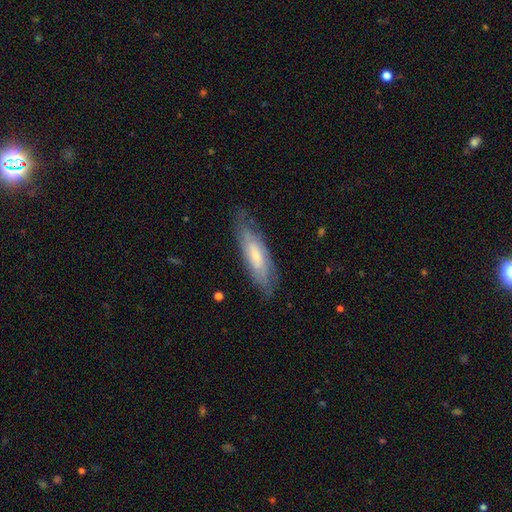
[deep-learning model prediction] A featured or disk galaxy (47%, tied with smooth). Merging: none (71%).